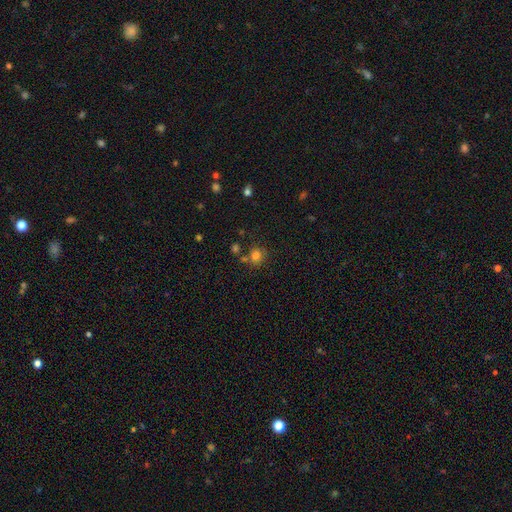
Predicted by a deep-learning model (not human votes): Q: Smooth or featured?
A: smooth (77%); runner-up: star or artifact (15%)
Q: How rounded?
A: round (82%); runner-up: in between (17%)
Q: Merging?
A: none (67%); runner-up: merger (16%)